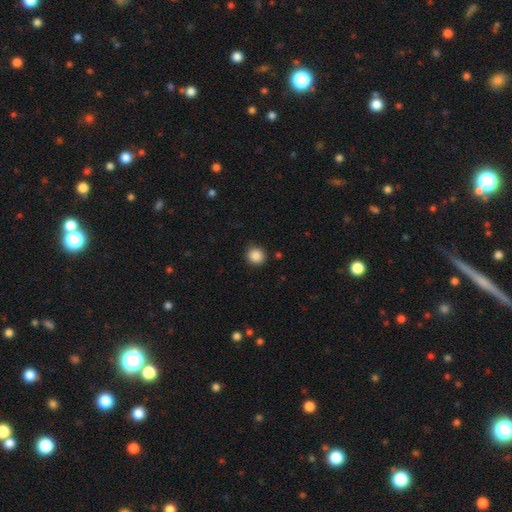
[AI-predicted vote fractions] smooth-or-featured: smooth: 87% | star or artifact: 10% | featured or disk: 3%
  how-rounded: round: 91% | in between: 8% | cigar-shaped: 1%
  merging: none: 88% | minor disturbance: 8% | major disturbance: 2% | merger: 1%